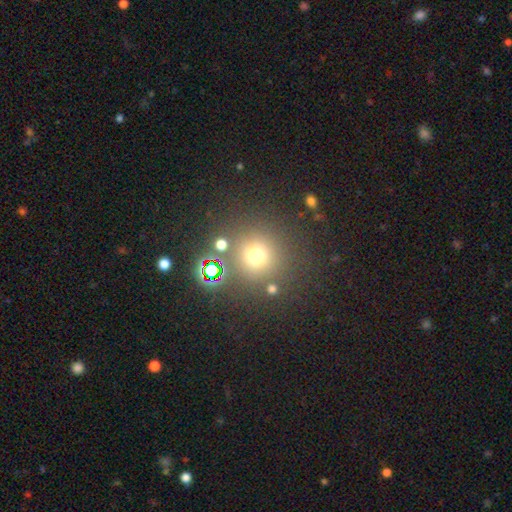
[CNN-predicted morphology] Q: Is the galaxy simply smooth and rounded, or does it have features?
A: smooth — 66%.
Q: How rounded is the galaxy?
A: round — 93%.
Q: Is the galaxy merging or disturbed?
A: none — 80%.